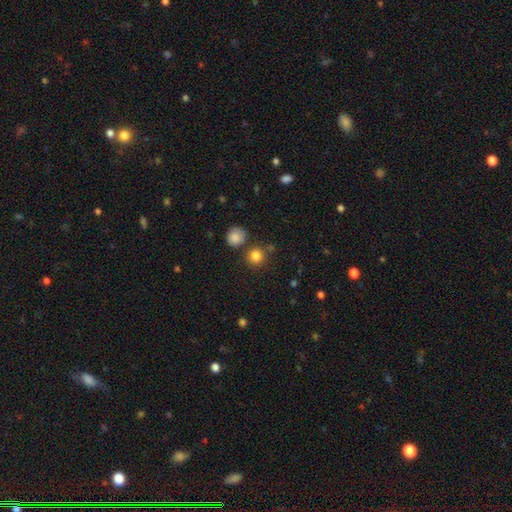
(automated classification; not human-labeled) This appears to be a smooth galaxy with no disk features (83%) that is round (91%). Merging: none (79%).